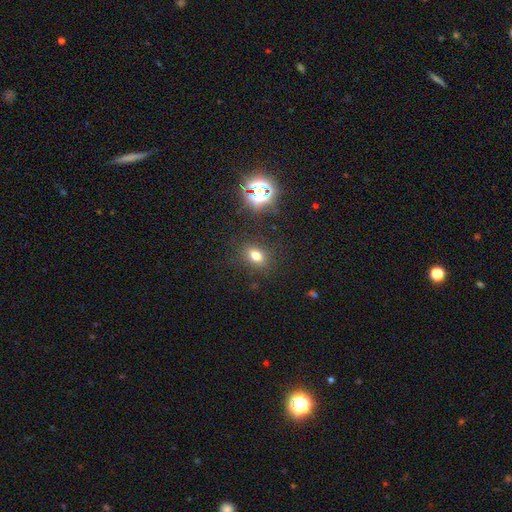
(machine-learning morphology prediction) A smooth galaxy with no disk features (72%) that is in between round and cigar-shaped (65%). Merging: none (85%).